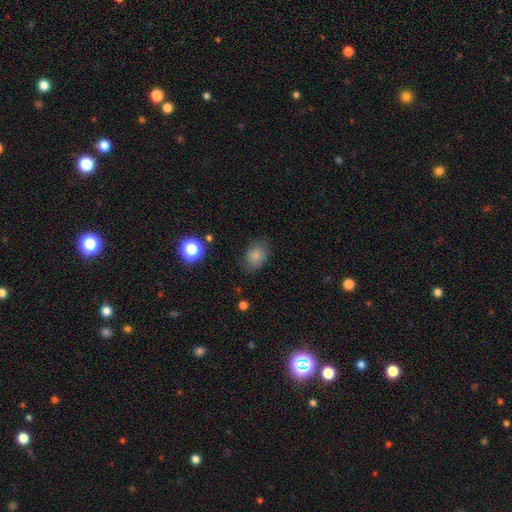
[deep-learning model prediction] This is clearly a smooth galaxy (82%). How rounded: likely in between (68%). Merging: likely none (77%).